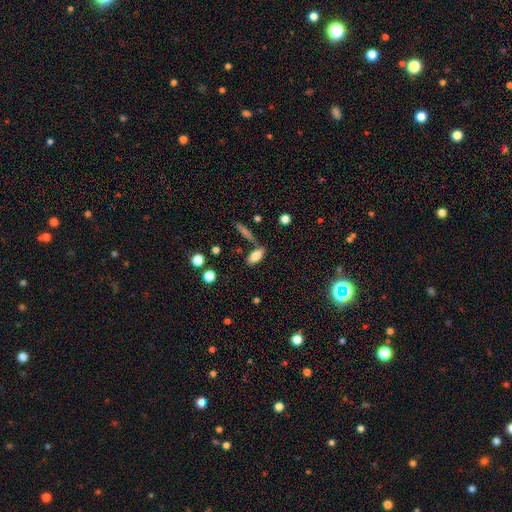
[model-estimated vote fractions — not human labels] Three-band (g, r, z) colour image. It shows a smooth galaxy with no disk features (80%) that is in between round and cigar-shaped (81%). Merging: none (67%).